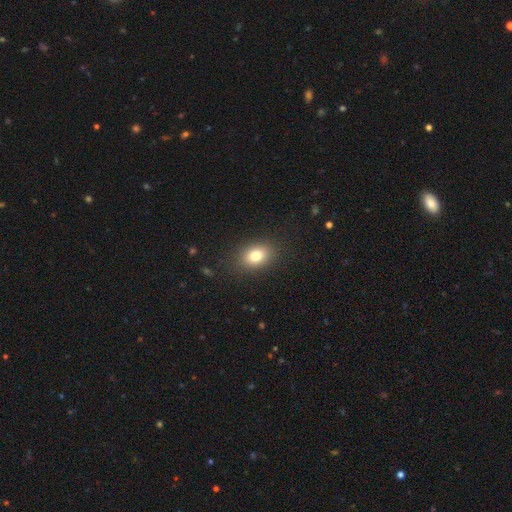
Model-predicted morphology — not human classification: Smooth or featured?
  - smooth: 80% *
  - star or artifact: 10%
  - featured or disk: 10%
How rounded?
  - in between: 74% *
  - round: 25%
  - cigar-shaped: 1%
Merging?
  - none: 86% *
  - minor disturbance: 9%
  - major disturbance: 3%
  - merger: 1%